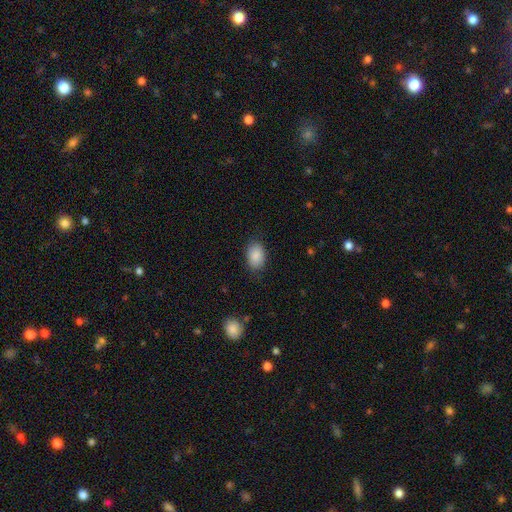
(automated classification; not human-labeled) Morphology: type=smooth (89%); roundness=in between (85%); merging=none (83%).